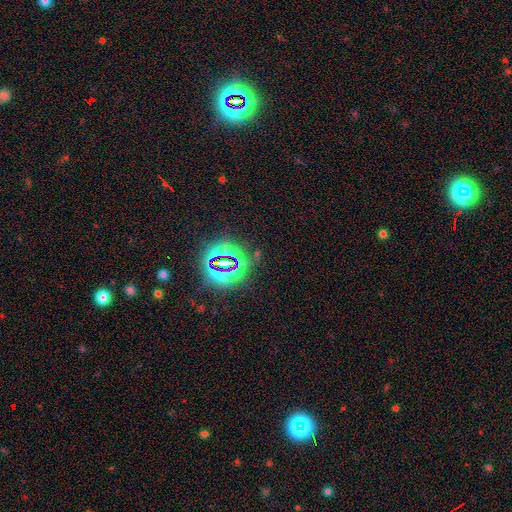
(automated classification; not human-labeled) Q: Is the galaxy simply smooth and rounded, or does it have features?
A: star or artifact — 80%.